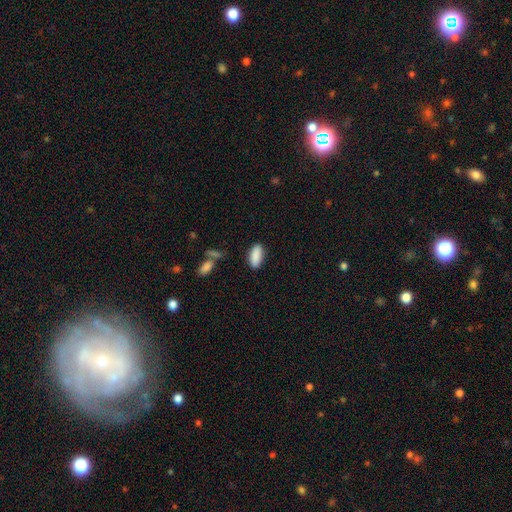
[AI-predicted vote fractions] Smooth or featured? Predicted: smooth (p=0.89). How rounded? Predicted: in between (p=0.85). Merging? Predicted: none (p=0.84).